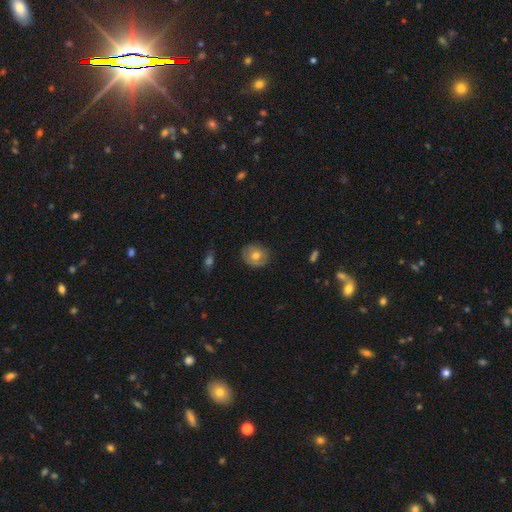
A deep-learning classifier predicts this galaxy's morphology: type=smooth (70%); roundness=round (77%); merging=none (84%).